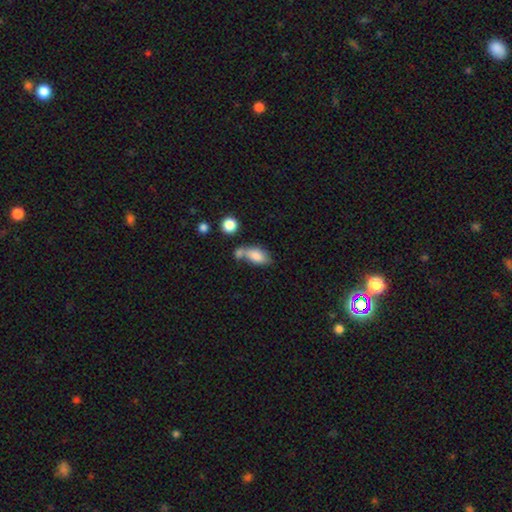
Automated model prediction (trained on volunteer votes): smooth-or-featured: smooth: 80% | featured or disk: 12% | star or artifact: 8%
  how-rounded: in between: 89% | round: 6% | cigar-shaped: 6%
  merging: merger: 40% | none: 37% | minor disturbance: 16% | major disturbance: 7%